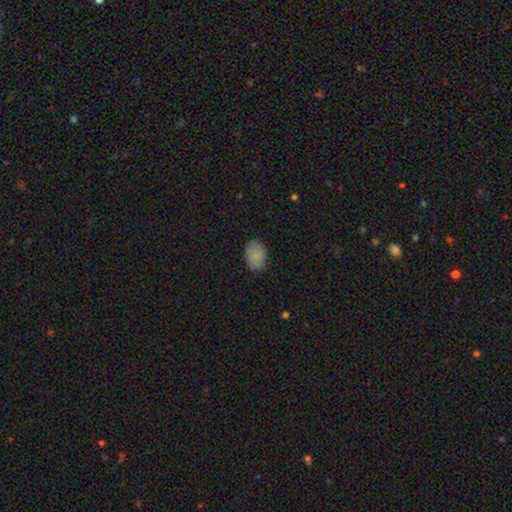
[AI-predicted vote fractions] smooth 86%, star or artifact 8%, featured or disk 6%. Down the decision tree: how rounded — in between (76%); merging — none (80%).